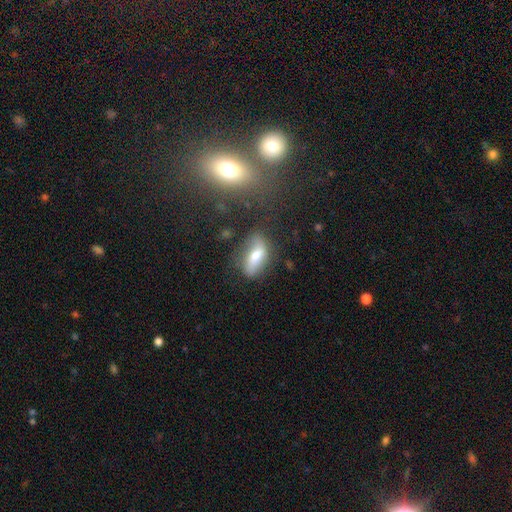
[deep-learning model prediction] This is possibly a smooth galaxy (54%). How rounded: likely in between (75%). Merging: likely none (65%).